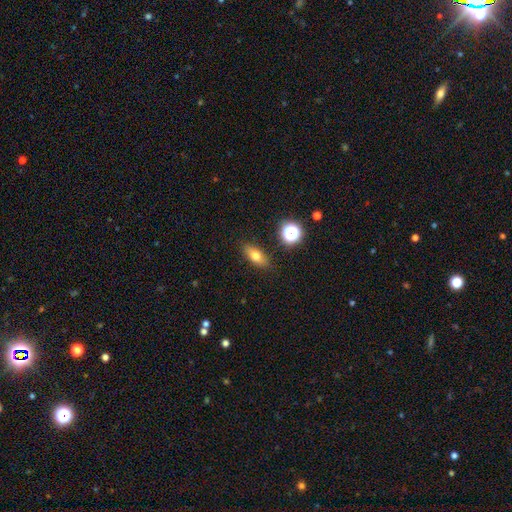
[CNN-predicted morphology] smooth 72%, featured or disk 17%, star or artifact 11%. Down the decision tree: how rounded — in between (73%); merging — none (86%).